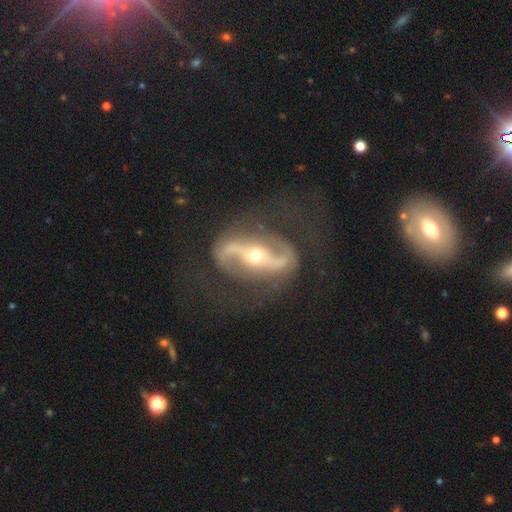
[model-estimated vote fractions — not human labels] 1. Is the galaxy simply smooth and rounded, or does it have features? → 88% featured or disk, 6% smooth, 5% star or artifact.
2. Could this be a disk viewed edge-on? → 92% no, 8% yes.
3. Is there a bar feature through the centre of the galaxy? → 68% strong, 17% weak, 14% no.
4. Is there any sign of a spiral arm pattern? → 86% yes, 14% no.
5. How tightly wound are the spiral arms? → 43% medium, 41% loose, 16% tight.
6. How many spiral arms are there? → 91% 2, 4% can't tell, 2% 1, 1% 3, 1% 4, 1% more than 4.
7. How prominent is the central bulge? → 48% small, 47% moderate, 3% large, 1% dominant, 1% none.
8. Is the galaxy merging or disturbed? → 68% none, 16% major disturbance, 14% minor disturbance, 2% merger.